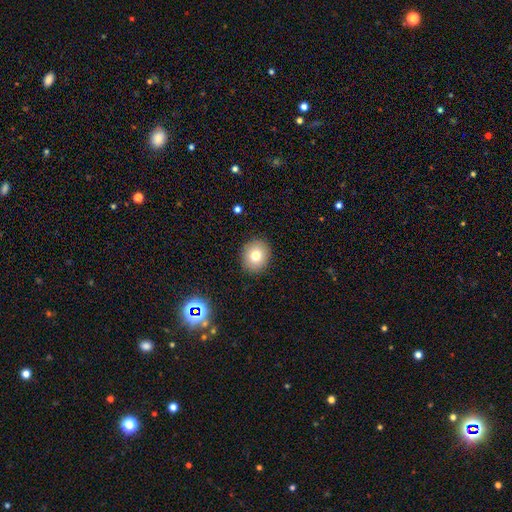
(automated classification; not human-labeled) Smooth or featured: smooth — 76% (featured or disk — 12%)
How rounded: round — 73% (in between — 26%)
Merging: none — 90% (minor disturbance — 7%)